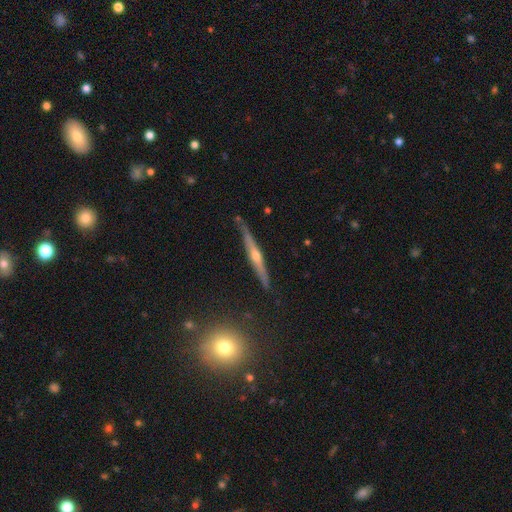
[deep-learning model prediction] A featured or disk galaxy (81%) viewed edge-on (98%) with a rounded central bulge (88%).

Vote fractions:
- Smooth or featured? featured or disk: 81% / smooth: 13% / star or artifact: 6%
- Edge-on disk? yes: 98% / no: 2%
- Edge-on bulge? rounded: 88% / none: 9% / boxy: 4%
- Merging? none: 87% / minor disturbance: 10% / major disturbance: 2% / merger: 2%